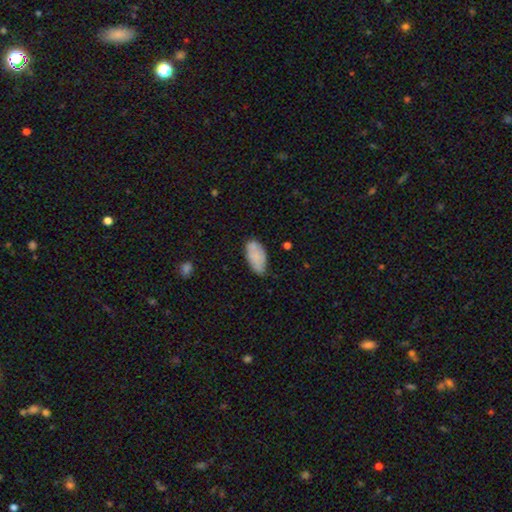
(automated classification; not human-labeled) Smooth or featured? Predicted: smooth (p=0.80). How rounded? Predicted: in between (p=0.93). Merging? Predicted: none (p=0.58).